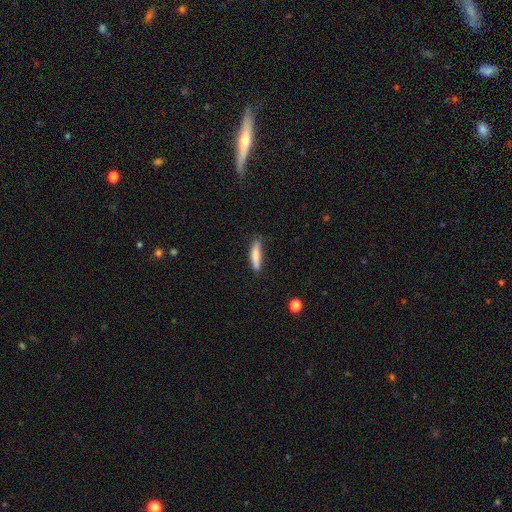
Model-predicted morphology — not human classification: smooth-or-featured: smooth: 81% | featured or disk: 13% | star or artifact: 6%
  how-rounded: cigar-shaped: 84% | in between: 15% | round: 1%
  merging: none: 79% | minor disturbance: 17% | major disturbance: 3% | merger: 2%